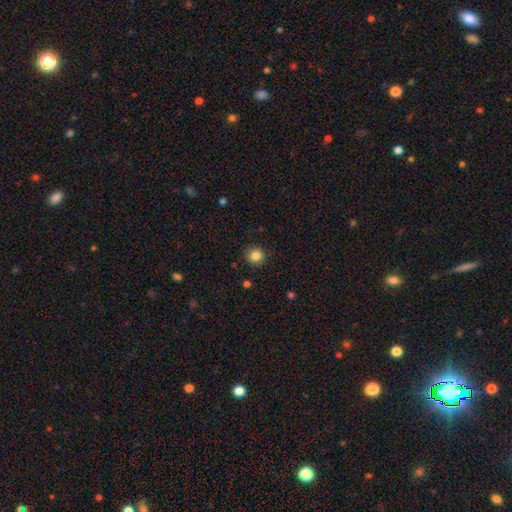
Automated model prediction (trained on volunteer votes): Smooth or featured? smooth (84%)
How rounded? round (92%)
Merging? none (89%)